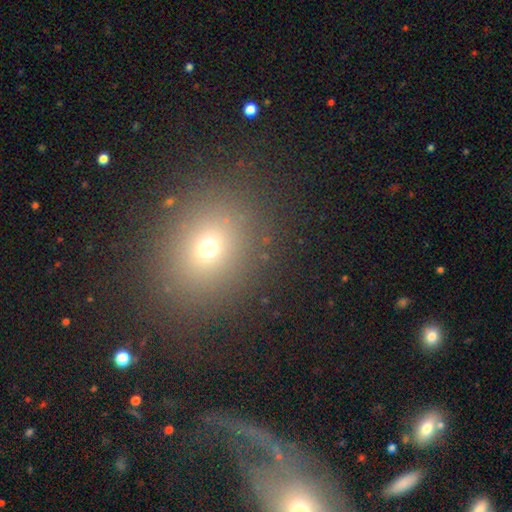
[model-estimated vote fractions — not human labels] A smooth galaxy with no disk features (57%) that is round (69%).

Vote fractions:
- Smooth or featured? smooth: 57% / star or artifact: 24% / featured or disk: 18%
- How rounded? round: 69% / in between: 30% / cigar-shaped: 2%
- Merging? none: 80% / minor disturbance: 9% / major disturbance: 7% / merger: 4%